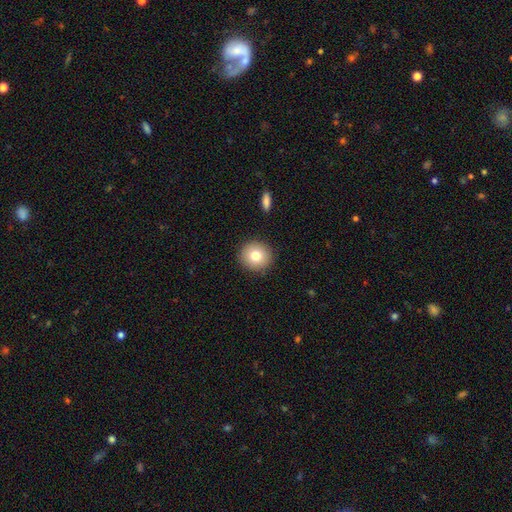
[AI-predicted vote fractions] Smooth or featured? smooth (77%)
How rounded? round (92%)
Merging? none (91%)